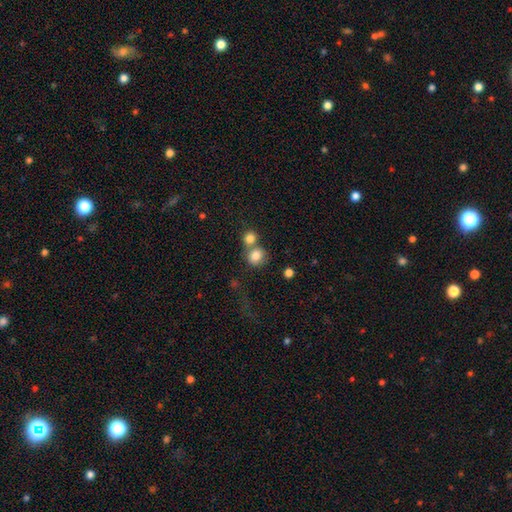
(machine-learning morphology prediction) type=smooth (81%); roundness=round (76%); merging=merger (46%).